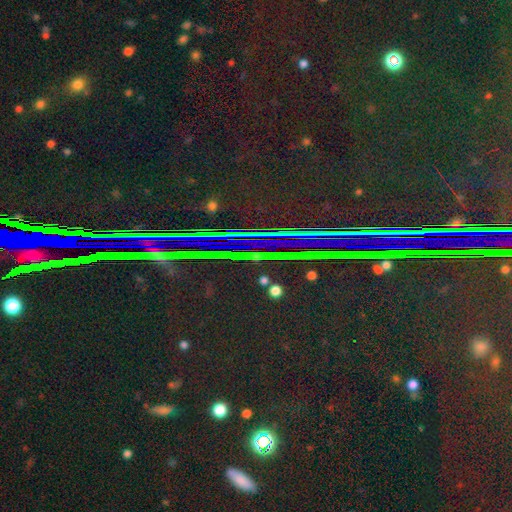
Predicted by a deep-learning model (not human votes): smooth-or-featured: star or artifact: 87% | featured or disk: 6% | smooth: 6%